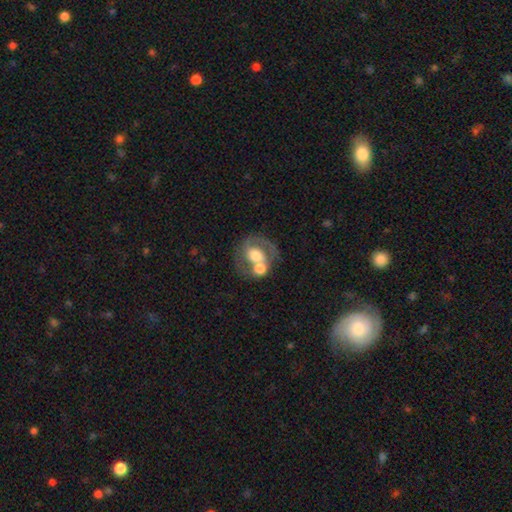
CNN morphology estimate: Q: Smooth or featured?
A: featured or disk (59%); runner-up: smooth (34%)
Q: Edge-on disk?
A: no (97%); runner-up: yes (3%)
Q: Bar?
A: no (70%); runner-up: weak (23%)
Q: Spiral arms?
A: yes (63%); runner-up: no (37%)
Q: Bulge size?
A: moderate (50%); runner-up: large (31%)
Q: Merging?
A: merger (46%); runner-up: none (32%)